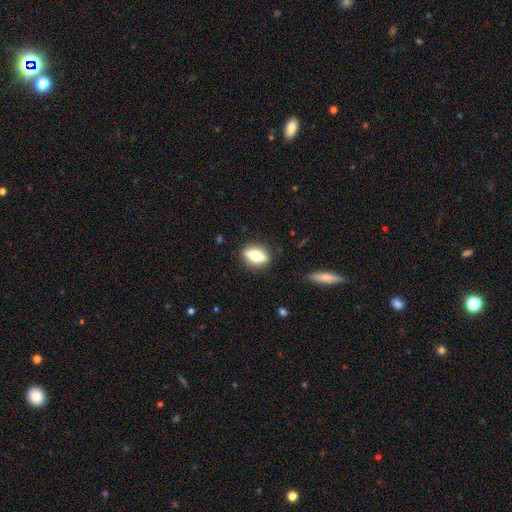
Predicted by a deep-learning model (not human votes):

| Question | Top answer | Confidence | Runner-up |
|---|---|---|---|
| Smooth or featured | smooth | 55% | featured or disk (37%) |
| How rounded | in between | 69% | cigar-shaped (19%) |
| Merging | none | 85% | minor disturbance (10%) |